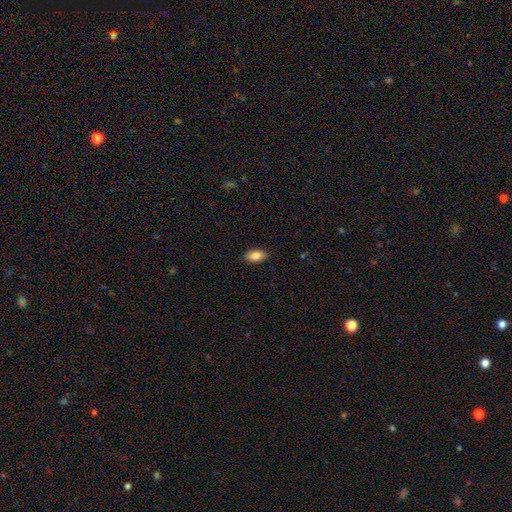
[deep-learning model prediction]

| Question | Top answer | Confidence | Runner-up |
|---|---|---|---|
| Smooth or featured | smooth | 84% | featured or disk (9%) |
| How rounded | in between | 92% | round (5%) |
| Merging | none | 89% | minor disturbance (8%) |